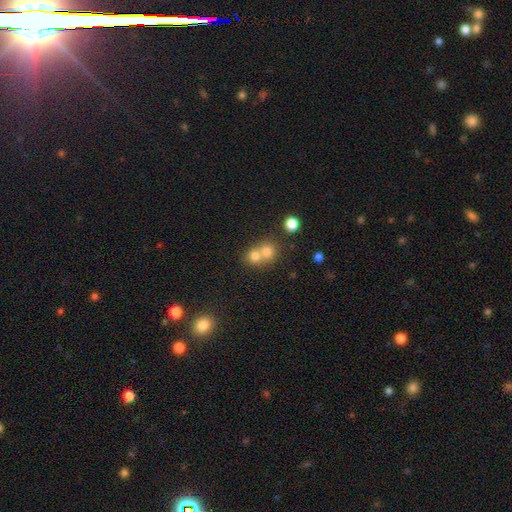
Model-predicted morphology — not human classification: The model was most divided on "merging": merger: 63%, none: 31%, minor disturbance: 4%, major disturbance: 2%. More confident: how rounded — round (80%); smooth or featured — smooth (74%).